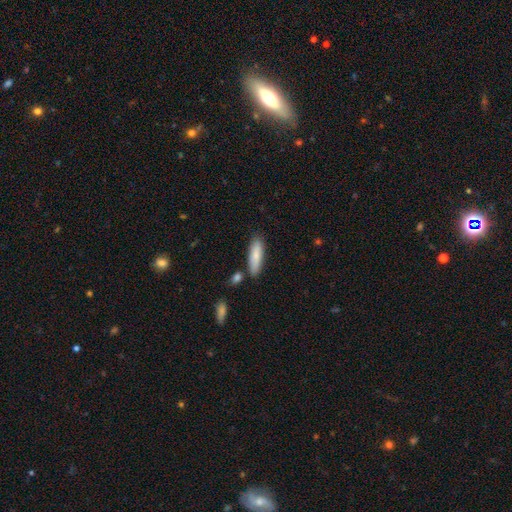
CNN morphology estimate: Smooth or featured? smooth (81%)
How rounded? cigar-shaped (55%)
Merging? none (80%)